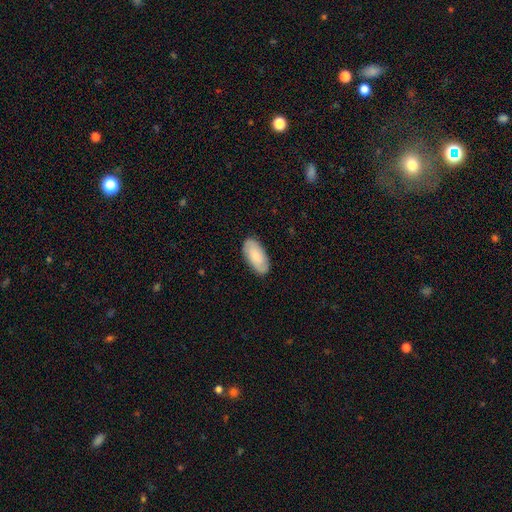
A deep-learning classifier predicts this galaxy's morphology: type=smooth (73%); roundness=in between (93%); merging=none (86%).